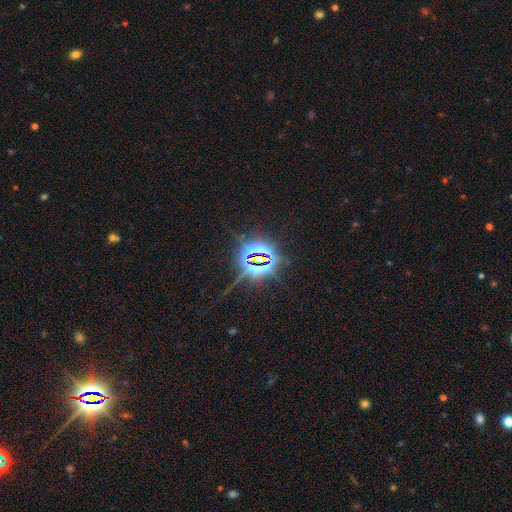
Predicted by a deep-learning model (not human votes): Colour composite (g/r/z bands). It shows a star or artifact, not a galaxy (84%).